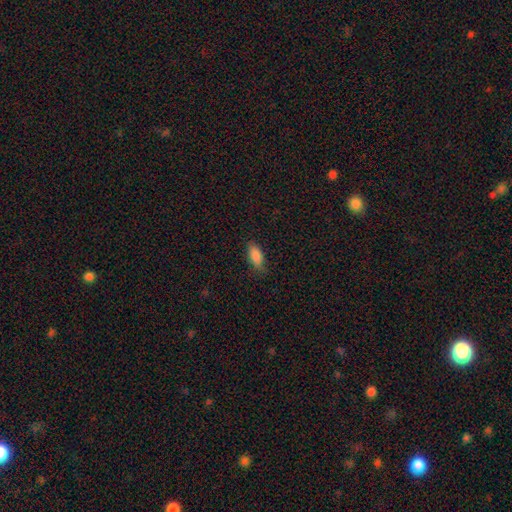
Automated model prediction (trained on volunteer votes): Smooth or featured: smooth — 87% (star or artifact — 7%)
How rounded: in between — 89% (cigar-shaped — 9%)
Merging: none — 78% (minor disturbance — 17%)